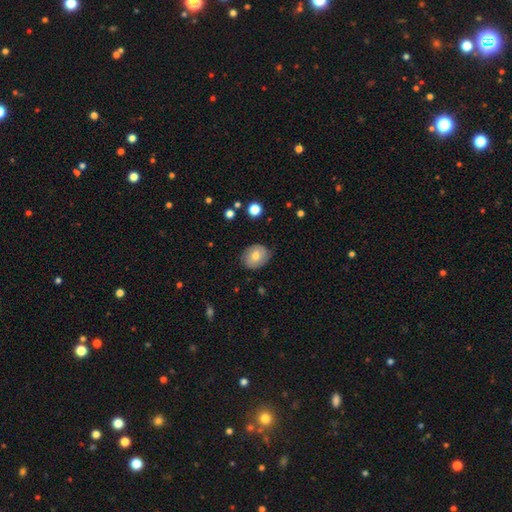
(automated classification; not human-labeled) This is possibly a smooth galaxy (60%). How rounded: possibly round (53%). Merging: likely none (77%).